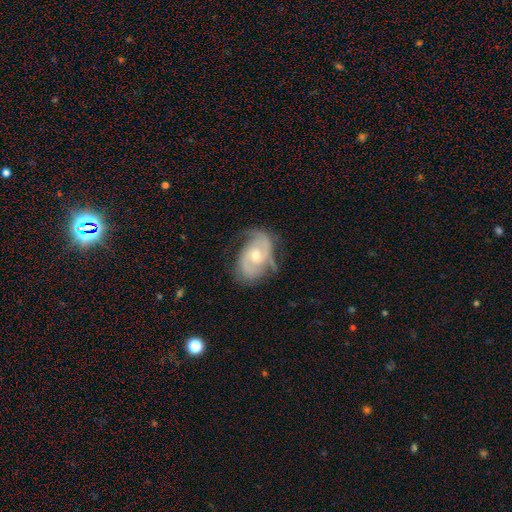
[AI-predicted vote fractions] Smooth or featured: featured or disk — 82% (smooth — 12%)
Edge-on disk: no — 97% (yes — 3%)
Bar: no — 54% (weak — 39%)
Spiral arms: yes — 94% (no — 6%)
Spiral winding: medium — 44% (tight — 39%)
Spiral arm count: 2 — 74% (can't tell — 12%)
Bulge size: moderate — 59% (small — 36%)
Merging: none — 62% (minor disturbance — 25%)